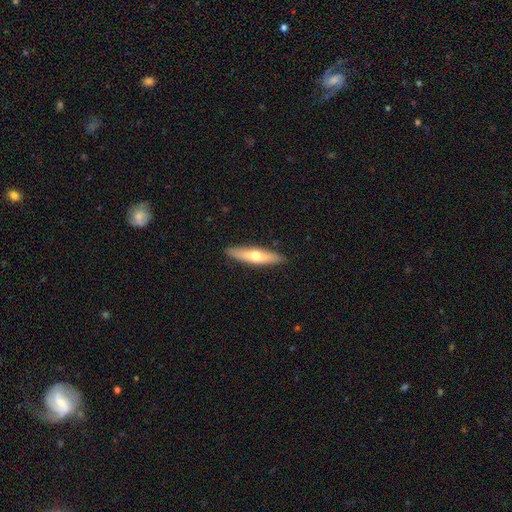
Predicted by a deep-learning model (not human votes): smooth 52%, featured or disk 43%, star or artifact 5%. Down the decision tree: how rounded — cigar-shaped (79%); merging — none (89%).